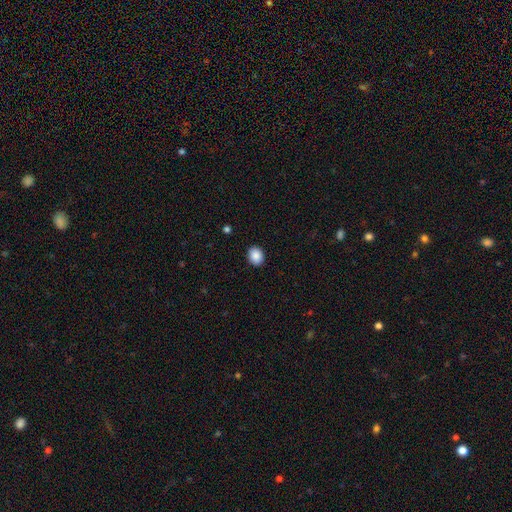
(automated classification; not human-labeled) Smooth or featured: smooth — 89% (star or artifact — 8%)
How rounded: round — 51% (in between — 48%)
Merging: none — 90% (minor disturbance — 7%)